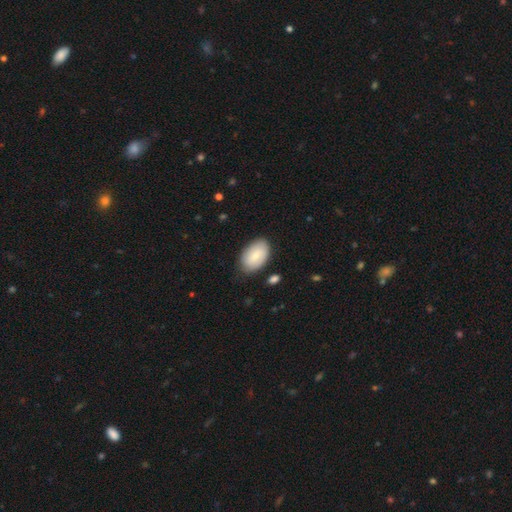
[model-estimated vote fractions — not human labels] smooth-or-featured: smooth: 75% | featured or disk: 19% | star or artifact: 6%
  how-rounded: in between: 93% | round: 6% | cigar-shaped: 1%
  merging: none: 78% | minor disturbance: 16% | major disturbance: 3% | merger: 2%